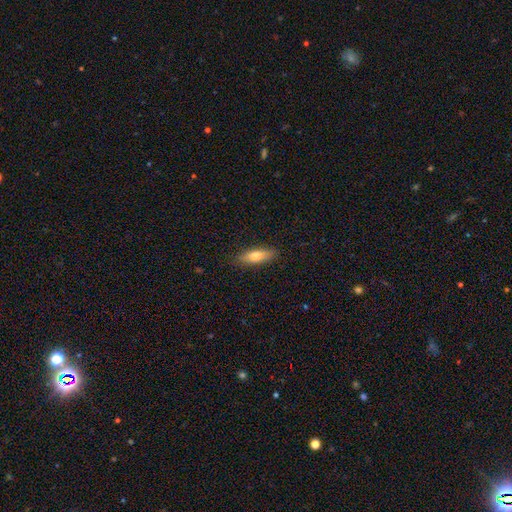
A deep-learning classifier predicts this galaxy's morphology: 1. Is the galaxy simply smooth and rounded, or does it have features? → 73% smooth, 21% featured or disk, 6% star or artifact.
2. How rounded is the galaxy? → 54% in between, 44% cigar-shaped, 2% round.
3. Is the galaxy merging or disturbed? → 86% none, 11% minor disturbance, 2% major disturbance, 1% merger.